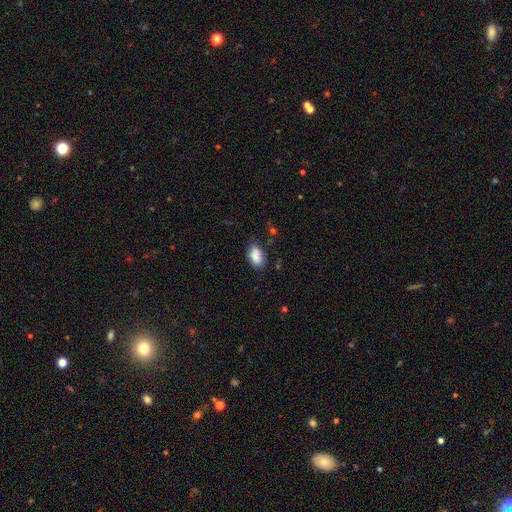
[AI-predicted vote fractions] The model was most divided on "merging": none: 79%, minor disturbance: 16%, major disturbance: 4%, merger: 2%. More confident: how rounded — in between (92%); smooth or featured — smooth (88%).